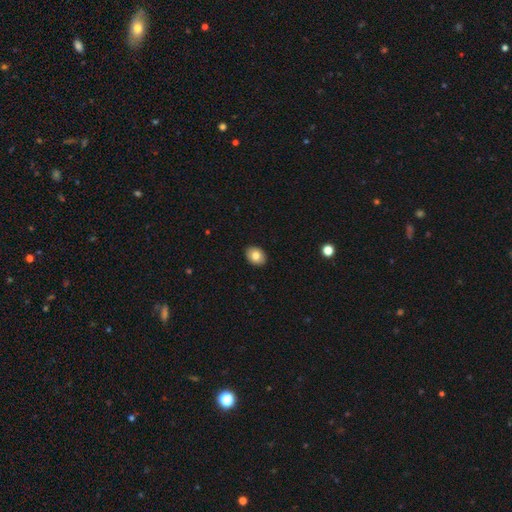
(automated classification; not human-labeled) Smooth or featured? smooth (81%)
How rounded? in between (62%)
Merging? none (91%)